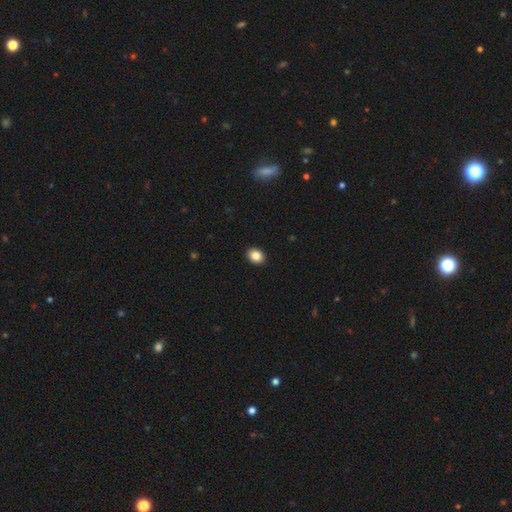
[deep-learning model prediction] smooth_or_featured: smooth (p=0.86) [alt: star or artifact p=0.09]
how_rounded: in between (p=0.52) [alt: round p=0.48]
merging: none (p=0.92) [alt: minor disturbance p=0.05]